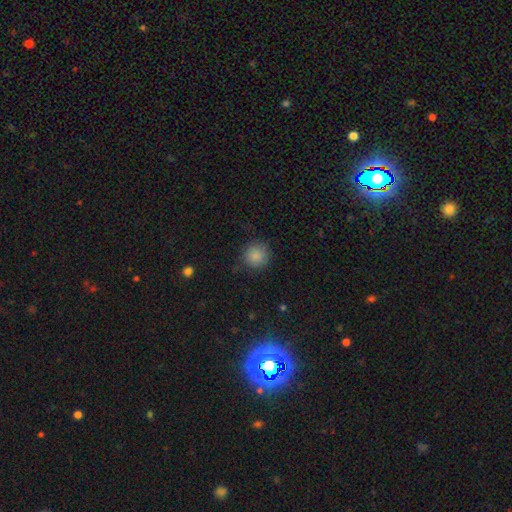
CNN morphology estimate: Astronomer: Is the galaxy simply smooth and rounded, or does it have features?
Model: smooth — 87%.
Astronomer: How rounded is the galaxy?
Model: round — 93%.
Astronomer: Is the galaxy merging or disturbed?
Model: none — 82%.